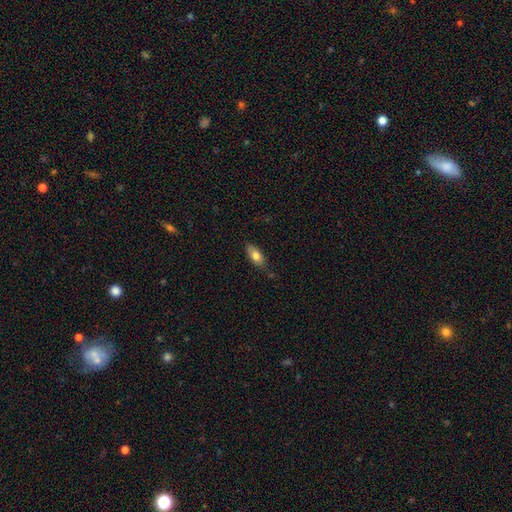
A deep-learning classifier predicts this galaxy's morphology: Q: Smooth or featured?
A: smooth (77%); runner-up: featured or disk (16%)
Q: How rounded?
A: in between (85%); runner-up: cigar-shaped (12%)
Q: Merging?
A: none (77%); runner-up: minor disturbance (18%)